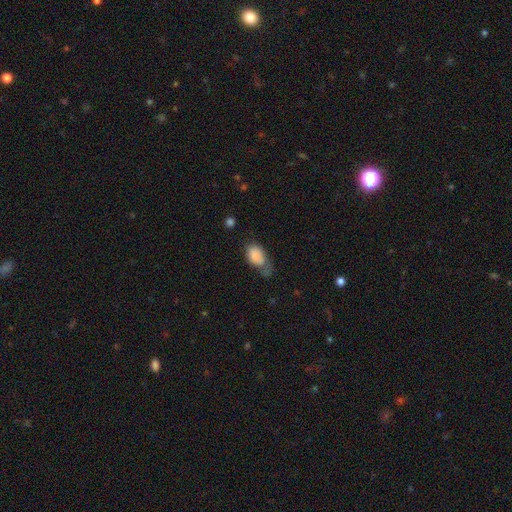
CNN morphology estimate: A smooth galaxy with no disk features (82%) that is in between round and cigar-shaped (87%).

Vote fractions:
- Smooth or featured? smooth: 82% / featured or disk: 11% / star or artifact: 8%
- How rounded? in between: 87% / round: 11% / cigar-shaped: 2%
- Merging? minor disturbance: 34% / none: 30% / major disturbance: 25% / merger: 11%